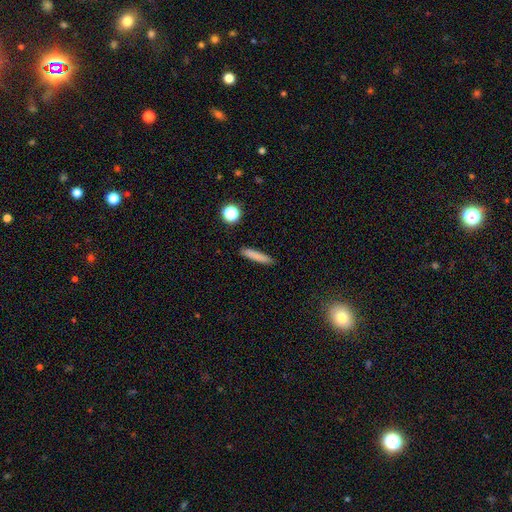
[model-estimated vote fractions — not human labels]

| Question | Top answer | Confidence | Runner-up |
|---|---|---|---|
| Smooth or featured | smooth | 81% | featured or disk (11%) |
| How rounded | cigar-shaped | 90% | in between (8%) |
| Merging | none | 89% | minor disturbance (8%) |